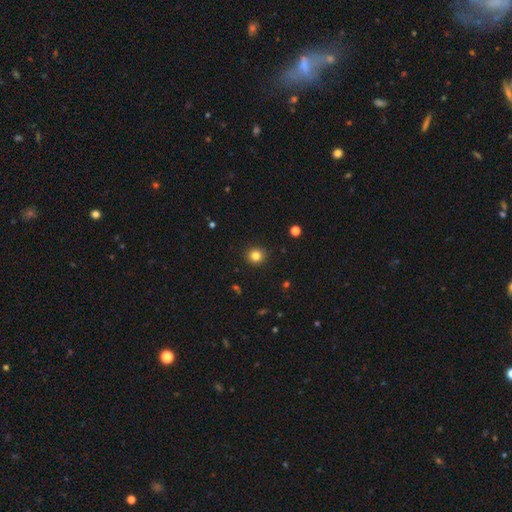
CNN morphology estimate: smooth_or_featured: smooth (p=0.82) [alt: star or artifact p=0.13]
how_rounded: round (p=0.90) [alt: in between p=0.09]
merging: none (p=0.91) [alt: minor disturbance p=0.06]